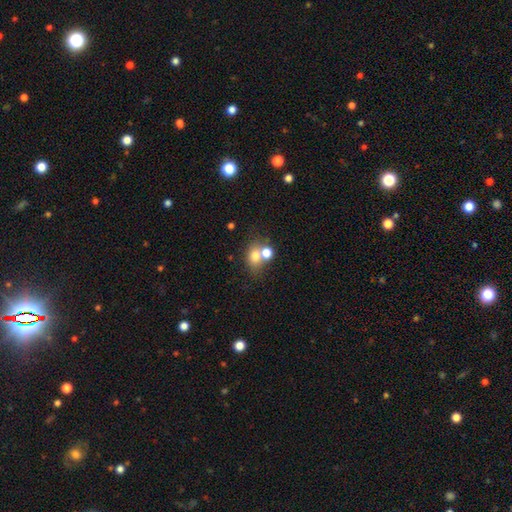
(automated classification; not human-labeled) Smooth or featured: smooth — 72% (featured or disk — 15%)
How rounded: round — 52% (in between — 47%)
Merging: none — 44% (merger — 41%)